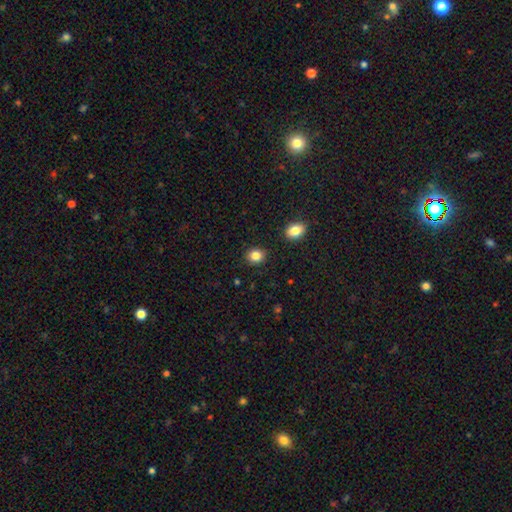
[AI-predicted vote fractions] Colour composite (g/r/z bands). It shows a smooth galaxy with no disk features (85%) that is round (71%). Merging: none (89%).